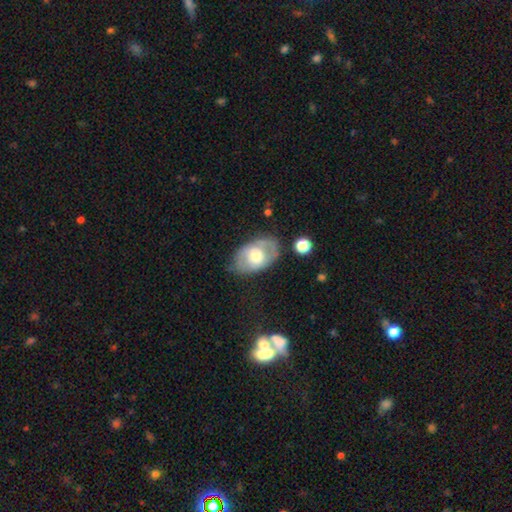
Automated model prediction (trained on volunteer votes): The model was most divided on "smooth or featured": featured or disk: 48%, smooth: 45%, star or artifact: 7%. More confident: merging — none (64%).